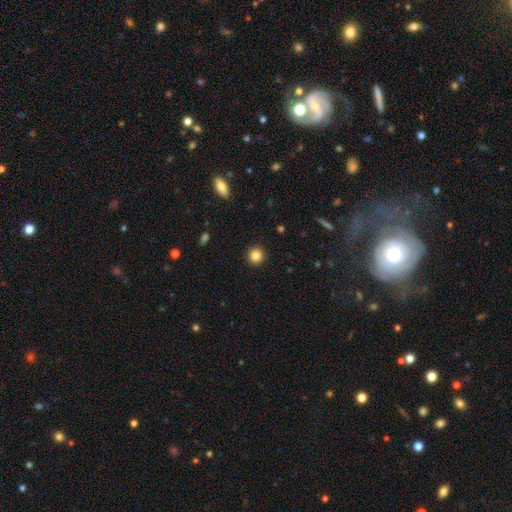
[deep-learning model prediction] Smooth or featured? Predicted: smooth (p=0.86). How rounded? Predicted: round (p=0.94). Merging? Predicted: none (p=0.92).